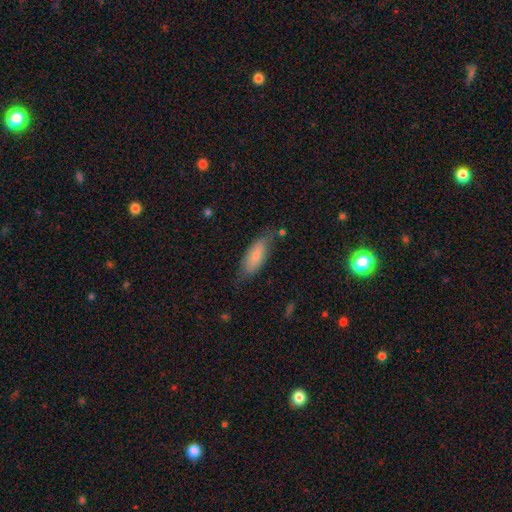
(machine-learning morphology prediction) A smooth galaxy with no disk features (75%) that is in between round and cigar-shaped (77%). Merging: none (66%).